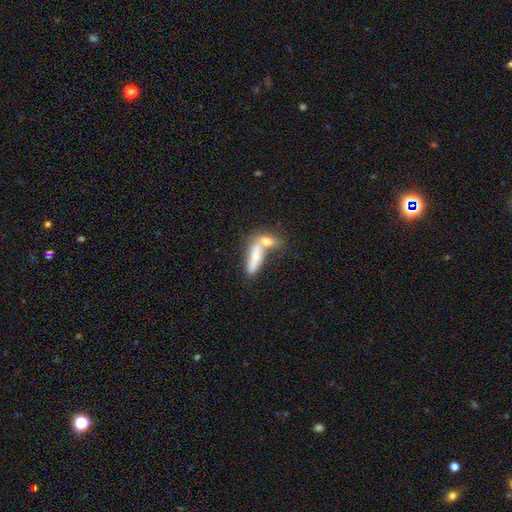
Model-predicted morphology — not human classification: type=smooth (61%); roundness=in between (52%); merging=merger (57%).